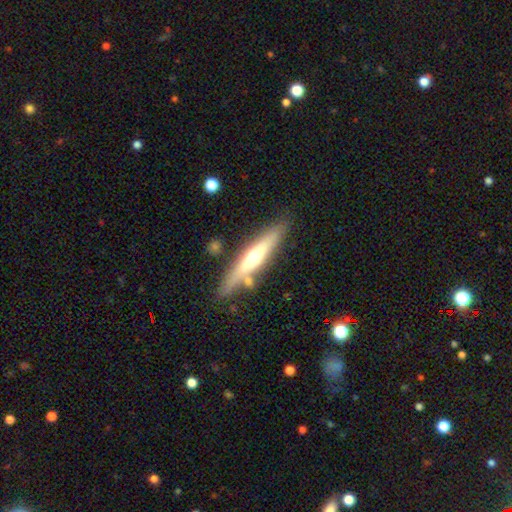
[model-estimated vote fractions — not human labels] Smooth or featured? Predicted: featured or disk (p=0.58). Edge-on disk? Predicted: yes (p=0.90). Edge-on bulge? Predicted: rounded (p=0.85). Merging? Predicted: none (p=0.78).